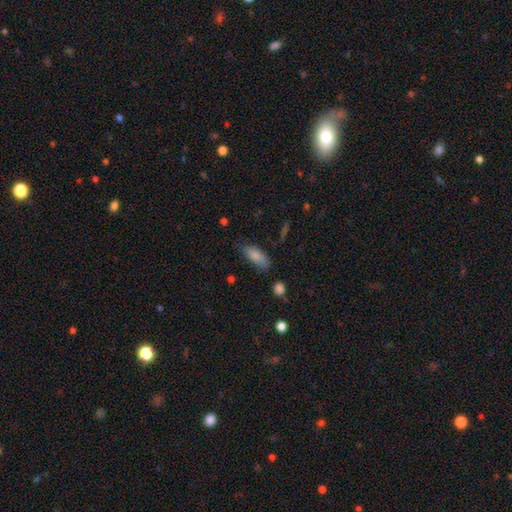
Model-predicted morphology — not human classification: smooth 84%, featured or disk 8%, star or artifact 8%. Down the decision tree: how rounded — in between (83%); merging — none (61%).